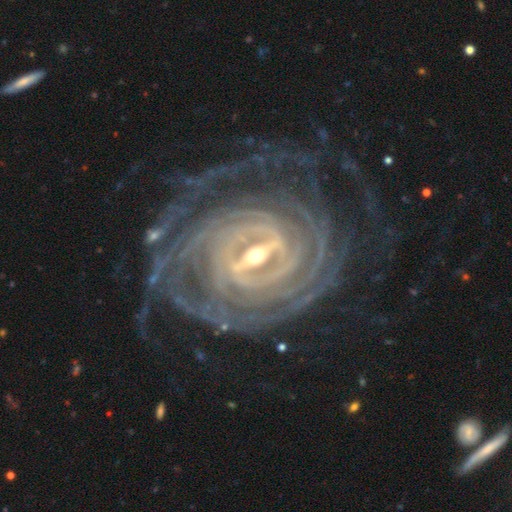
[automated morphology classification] A featured or disk galaxy (91%) with a strong bar (56%), tight (85%) spiral arms (98%) and a small central bulge (60%). Merging: none (72%).